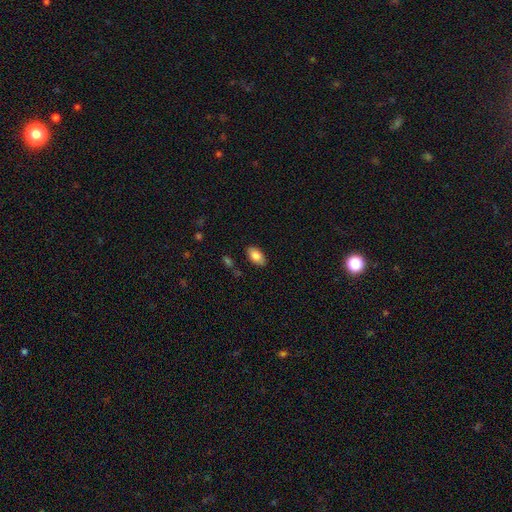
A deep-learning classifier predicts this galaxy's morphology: smooth_or_featured: smooth (p=0.84) [alt: featured or disk p=0.09]
how_rounded: in between (p=0.94) [alt: round p=0.04]
merging: none (p=0.86) [alt: minor disturbance p=0.10]